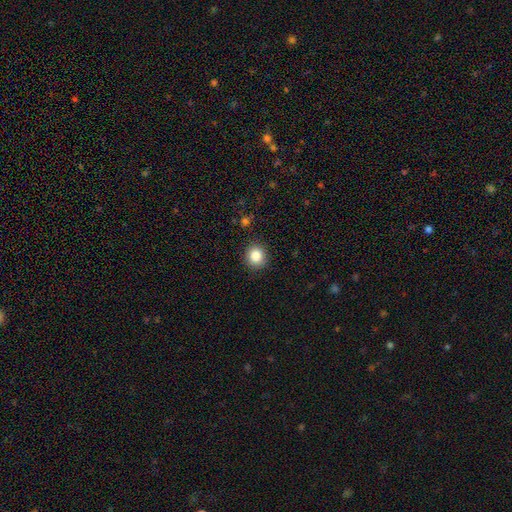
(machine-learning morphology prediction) smooth 85%, star or artifact 10%, featured or disk 5%. Down the decision tree: how rounded — round (86%); merging — none (89%).